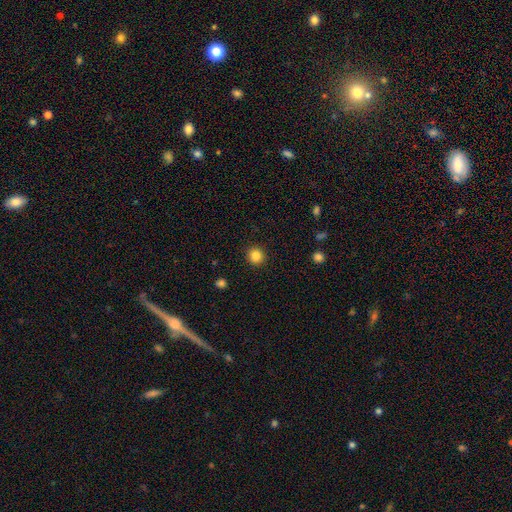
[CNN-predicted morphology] The model was most divided on "smooth or featured": smooth: 84%, star or artifact: 11%, featured or disk: 5%. More confident: how rounded — round (93%); merging — none (92%).